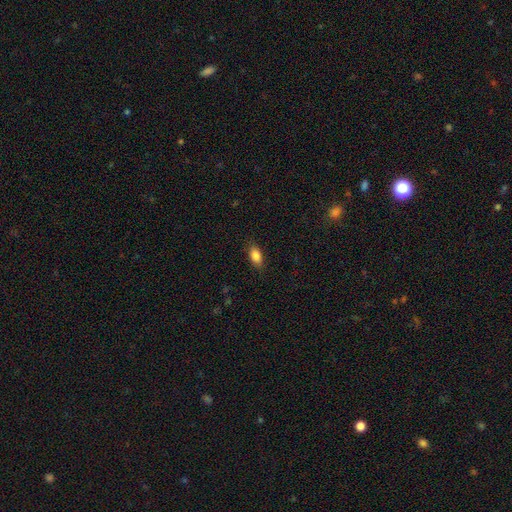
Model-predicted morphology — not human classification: Smooth or featured? smooth (86%)
How rounded? in between (89%)
Merging? none (86%)